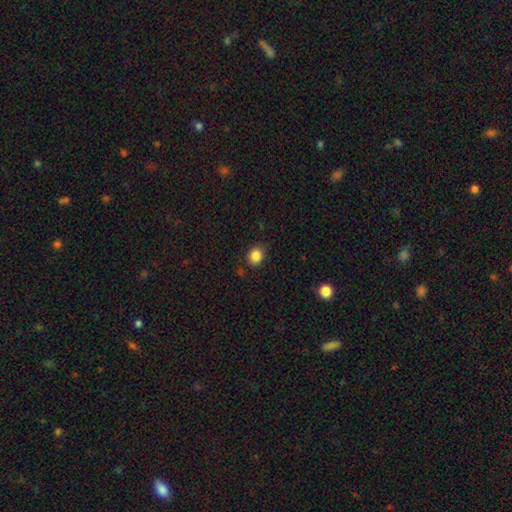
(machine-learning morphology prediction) Q: Smooth or featured?
A: smooth (86%); runner-up: star or artifact (10%)
Q: How rounded?
A: round (70%); runner-up: in between (29%)
Q: Merging?
A: none (85%); runner-up: minor disturbance (11%)